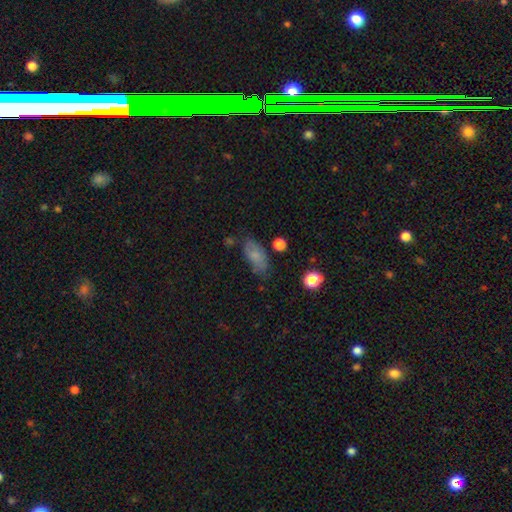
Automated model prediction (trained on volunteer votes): Smooth or featured? Predicted: smooth (p=0.71). How rounded? Predicted: in between (p=0.86). Merging? Predicted: none (p=0.67).